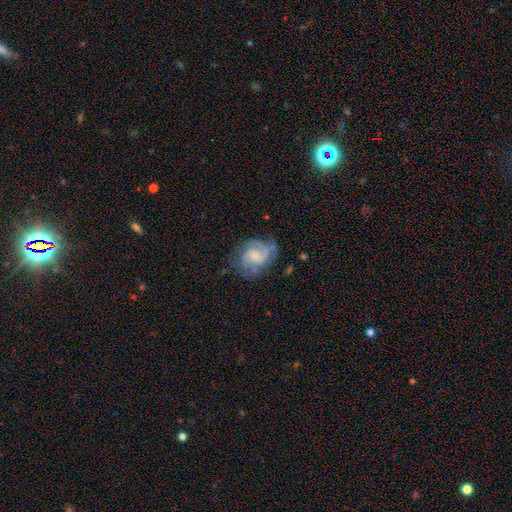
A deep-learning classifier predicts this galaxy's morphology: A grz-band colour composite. It shows a featured or disk galaxy (82%) with no bar (49%), 2 (64%) medium (52%) spiral arms (95%) and a small central bulge (59%). Merging: none (64%).